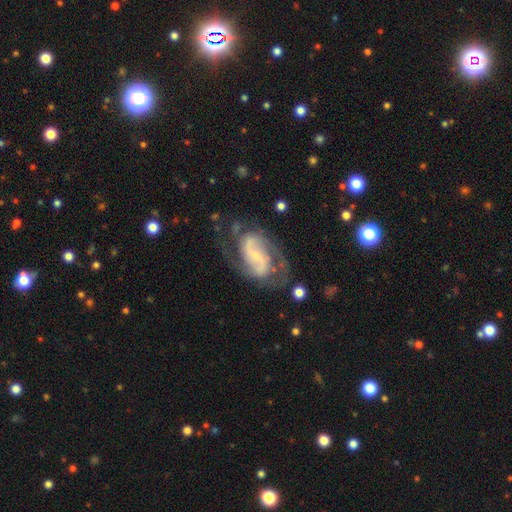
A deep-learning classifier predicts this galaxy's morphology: Overall: featured or disk (85%). Edge-on disk: no (97%). Bar: weak (40%; no 35%). Spiral arms: yes (95%). Spiral arm count: 2 (77%). Spiral winding: medium (50%; tight 29%). Bulge size: small (75%). Merging: none (63%).